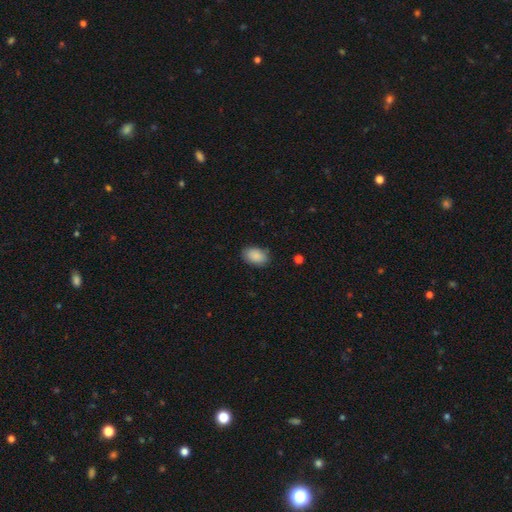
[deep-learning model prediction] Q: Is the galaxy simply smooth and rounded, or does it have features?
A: smooth — 89%.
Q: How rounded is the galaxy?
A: in between — 87%.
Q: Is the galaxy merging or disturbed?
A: none — 82%.